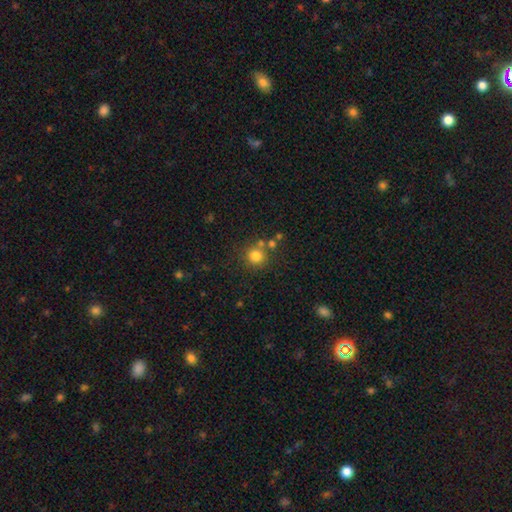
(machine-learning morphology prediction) smooth-or-featured: smooth: 79% | star or artifact: 14% | featured or disk: 7%
  how-rounded: round: 92% | in between: 7% | cigar-shaped: 1%
  merging: none: 74% | merger: 14% | minor disturbance: 9% | major disturbance: 4%